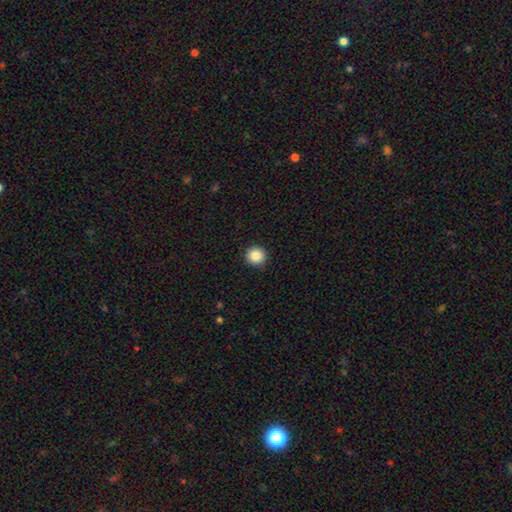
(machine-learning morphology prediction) A smooth galaxy with no disk features (86%) that is round (95%).

Vote fractions:
- Smooth or featured? smooth: 86% / star or artifact: 10% / featured or disk: 5%
- How rounded? round: 95% / in between: 5% / cigar-shaped: 1%
- Merging? none: 92% / minor disturbance: 5% / major disturbance: 2% / merger: 1%